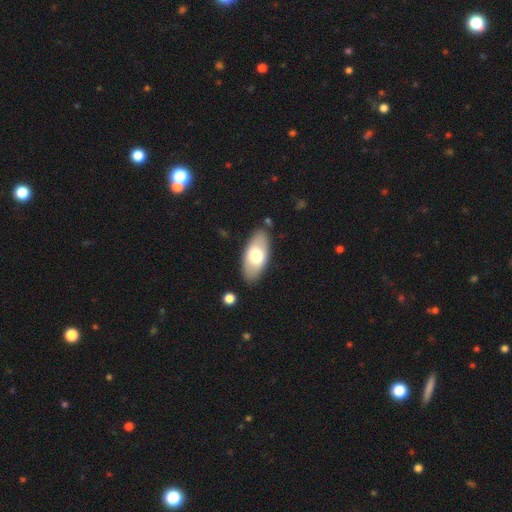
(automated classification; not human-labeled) A smooth galaxy with no disk features (66%) that is in between round and cigar-shaped (91%).

Vote fractions:
- Smooth or featured? smooth: 66% / featured or disk: 28% / star or artifact: 6%
- How rounded? in between: 91% / cigar-shaped: 7% / round: 2%
- Merging? none: 85% / minor disturbance: 10% / major disturbance: 3% / merger: 3%